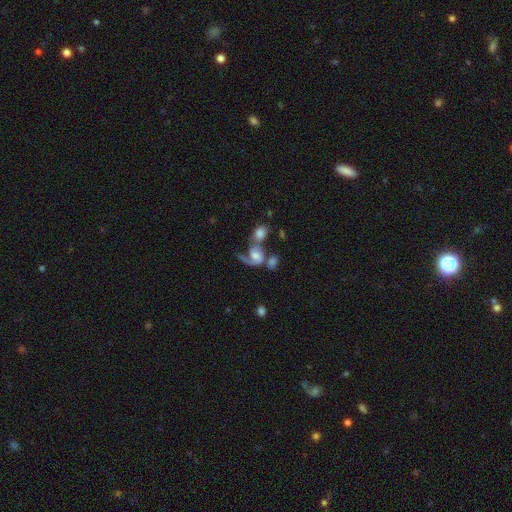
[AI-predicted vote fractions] Smooth or featured: featured or disk — 63% (smooth — 28%)
Edge-on disk: no — 97% (yes — 3%)
Bar: no — 64% (weak — 28%)
Spiral arms: yes — 86% (no — 14%)
Spiral winding: loose — 51% (medium — 34%)
Spiral arm count: 1 — 61% (2 — 31%)
Bulge size: moderate — 42% (large — 22%)
Merging: merger — 57% (major disturbance — 18%)